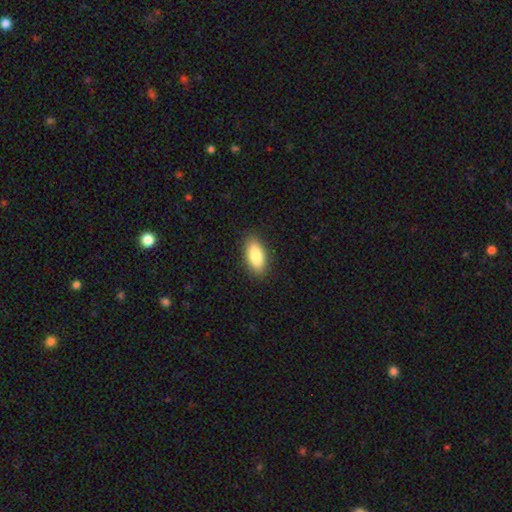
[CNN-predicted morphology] Smooth or featured? Predicted: smooth (p=0.85). How rounded? Predicted: in between (p=0.88). Merging? Predicted: none (p=0.88).